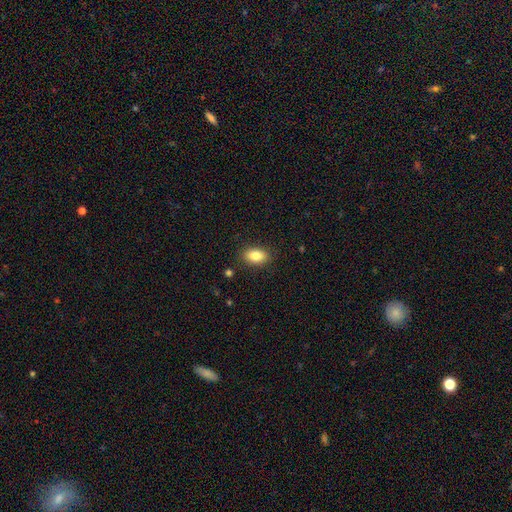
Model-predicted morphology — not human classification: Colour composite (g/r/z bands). It shows a smooth galaxy with no disk features (85%) that is in between round and cigar-shaped (89%). Merging: none (87%).